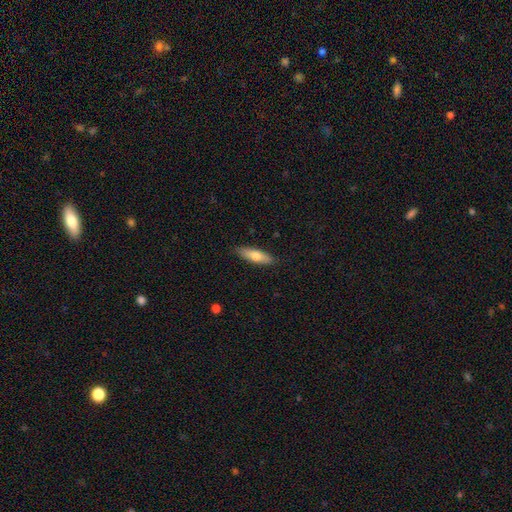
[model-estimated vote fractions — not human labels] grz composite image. It shows a smooth galaxy with no disk features (70%) that is cigar-shaped (56%). Merging: none (88%).